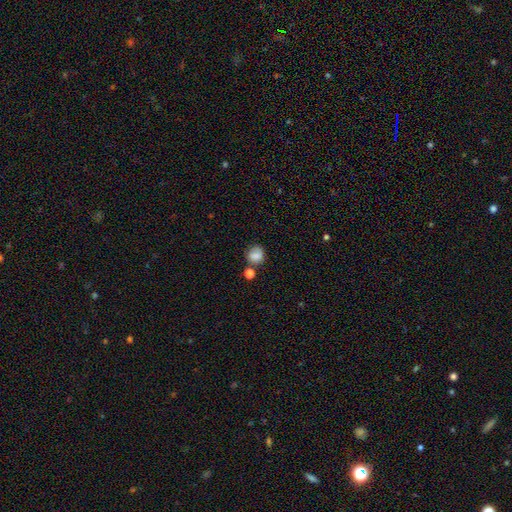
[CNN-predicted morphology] Smooth or featured: smooth — 77% (featured or disk — 13%)
How rounded: round — 74% (in between — 24%)
Merging: none — 58% (minor disturbance — 20%)